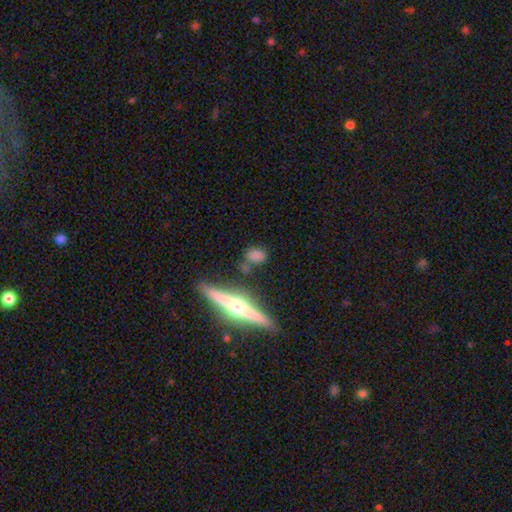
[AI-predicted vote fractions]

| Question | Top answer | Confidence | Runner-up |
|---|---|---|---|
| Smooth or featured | smooth | 67% | featured or disk (22%) |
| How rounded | in between | 50% | round (36%) |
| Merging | none | 68% | minor disturbance (15%) |